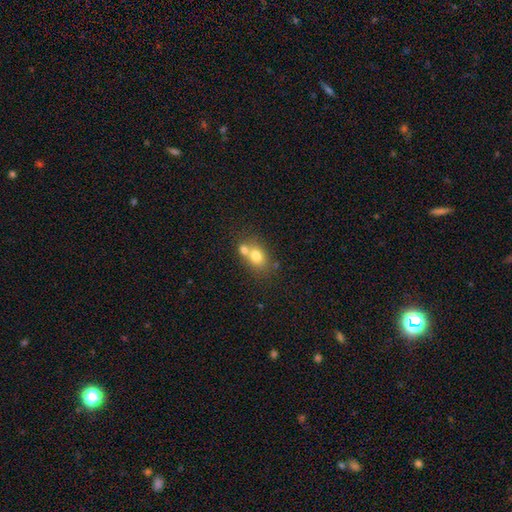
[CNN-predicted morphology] Smooth or featured? smooth (74%)
How rounded? in between (60%)
Merging? merger (48%)